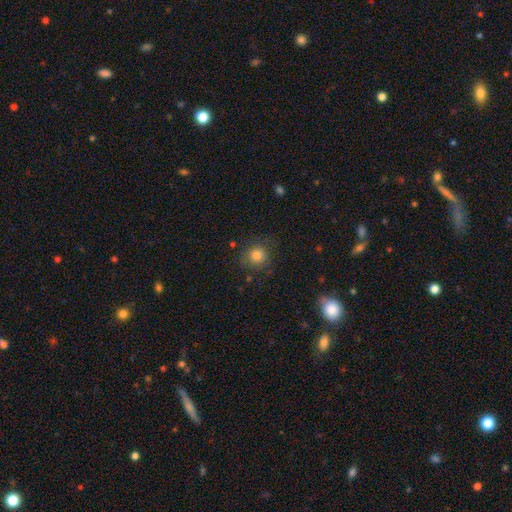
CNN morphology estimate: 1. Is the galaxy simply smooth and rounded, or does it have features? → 81% smooth, 12% star or artifact, 7% featured or disk.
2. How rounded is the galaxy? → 88% round, 11% in between, 1% cigar-shaped.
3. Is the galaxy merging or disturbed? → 79% none, 14% minor disturbance, 5% major disturbance, 2% merger.